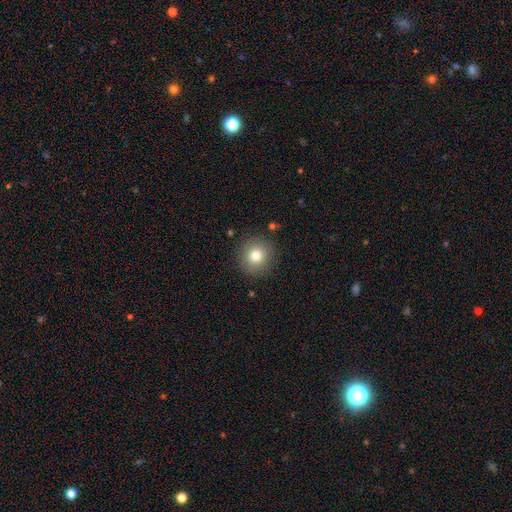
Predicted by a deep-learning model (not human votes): smooth-or-featured: smooth: 78% | star or artifact: 12% | featured or disk: 10%
  how-rounded: round: 92% | in between: 7% | cigar-shaped: 1%
  merging: none: 88% | minor disturbance: 7% | major disturbance: 3% | merger: 1%